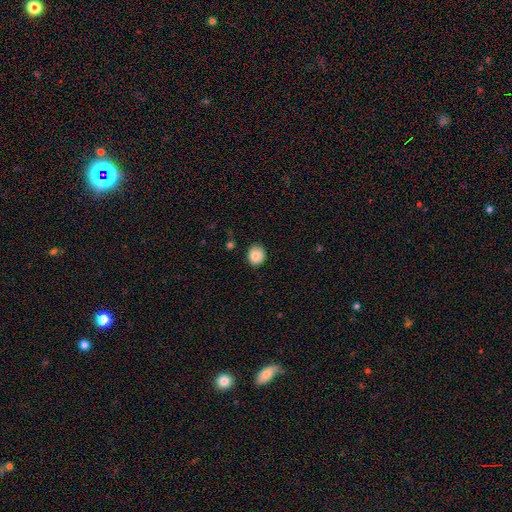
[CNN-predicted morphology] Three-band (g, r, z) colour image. It shows a smooth galaxy with no disk features (84%) that is round (78%). Merging: none (80%).